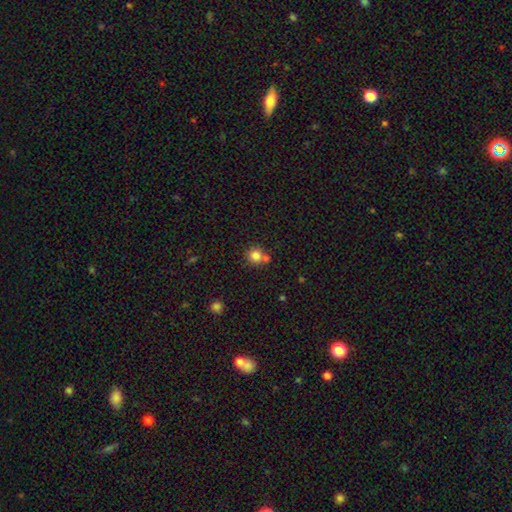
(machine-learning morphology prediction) smooth-or-featured: smooth: 81% | star or artifact: 11% | featured or disk: 7%
  how-rounded: round: 90% | in between: 9% | cigar-shaped: 1%
  merging: none: 61% | merger: 27% | minor disturbance: 9% | major disturbance: 3%